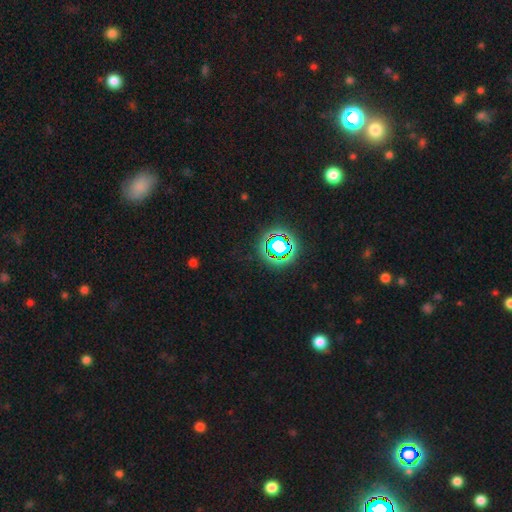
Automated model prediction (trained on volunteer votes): This appears to be a star or artifact, not a galaxy (76%).